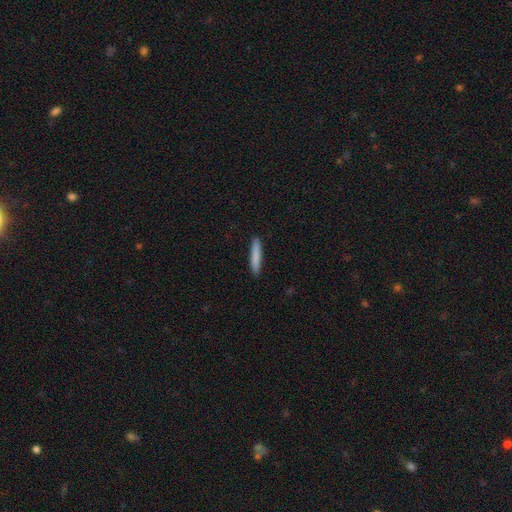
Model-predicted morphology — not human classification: Smooth or featured: smooth — 84% (featured or disk — 11%)
How rounded: cigar-shaped — 93% (in between — 6%)
Merging: none — 91% (minor disturbance — 6%)